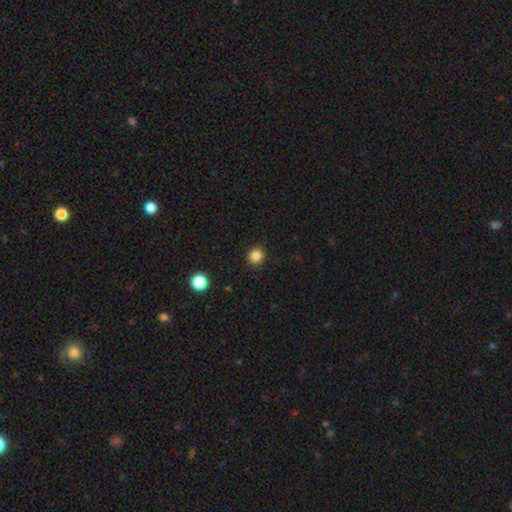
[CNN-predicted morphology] This appears to be a smooth galaxy with no disk features (83%) that is round (90%). Merging: none (91%).